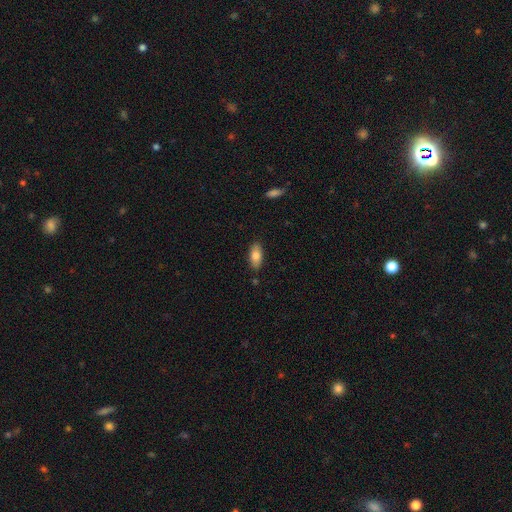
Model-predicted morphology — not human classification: The model was most divided on "smooth or featured": smooth: 79%, featured or disk: 14%, star or artifact: 7%. More confident: how rounded — in between (87%); merging — none (86%).